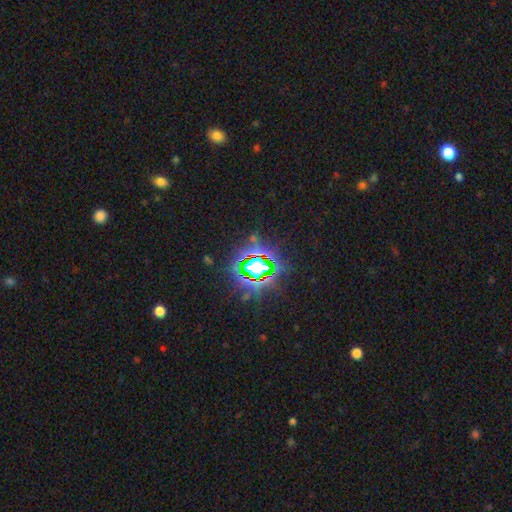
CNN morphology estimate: Overall: star or artifact (84%).